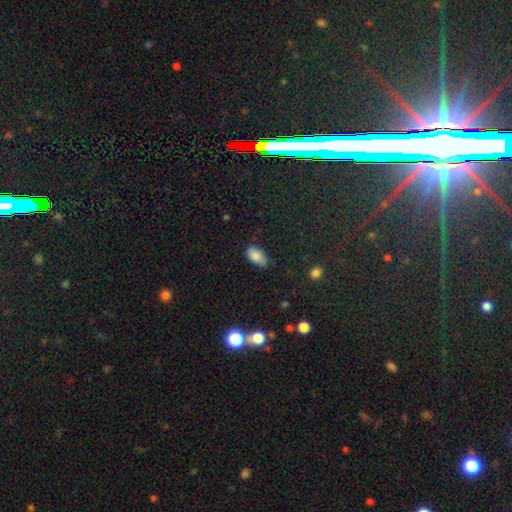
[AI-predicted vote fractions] A smooth galaxy with no disk features (83%) that is in between round and cigar-shaped (93%).

Vote fractions:
- Smooth or featured? smooth: 83% / star or artifact: 9% / featured or disk: 8%
- How rounded? in between: 93% / round: 5% / cigar-shaped: 2%
- Merging? none: 66% / minor disturbance: 28% / major disturbance: 5% / merger: 2%